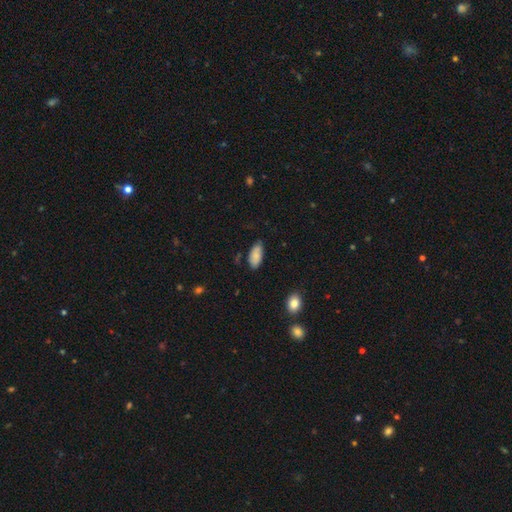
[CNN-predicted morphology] Overall: smooth (85%). How rounded: in between (90%). Merging: none (78%).